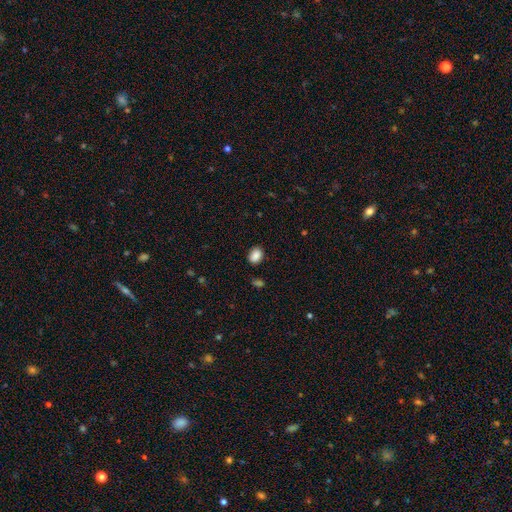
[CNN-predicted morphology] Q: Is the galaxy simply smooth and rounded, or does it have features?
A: smooth — 88%.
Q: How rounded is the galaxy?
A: in between — 67%.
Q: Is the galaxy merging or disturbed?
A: none — 86%.